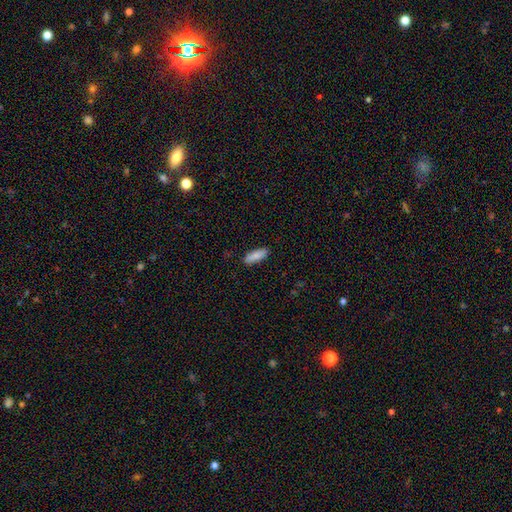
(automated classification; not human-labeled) A smooth galaxy with no disk features (85%) that is in between round and cigar-shaped (61%). Merging: none (87%).